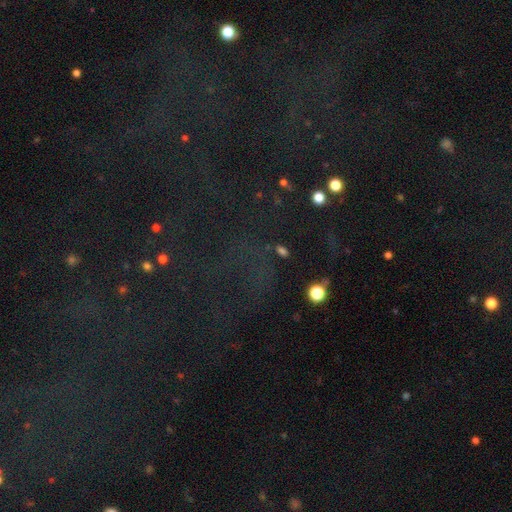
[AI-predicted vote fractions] star or artifact 75%, smooth 15%, featured or disk 10%.